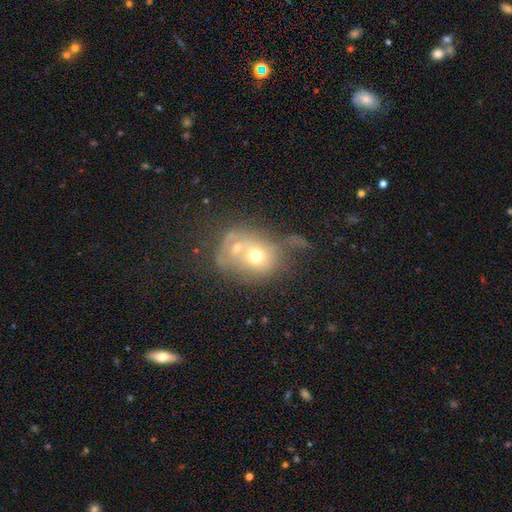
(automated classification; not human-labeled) Smooth or featured? Predicted: smooth (p=0.53). How rounded? Predicted: round (p=0.61). Merging? Predicted: merger (p=0.57).